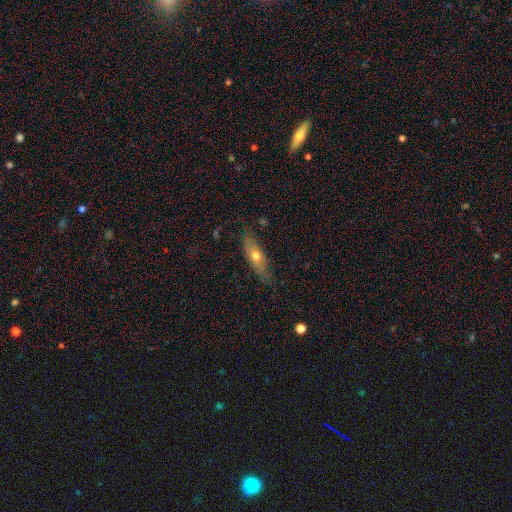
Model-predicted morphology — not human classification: Smooth or featured?
  - smooth: 49% *
  - featured or disk: 44%
  - star or artifact: 7%
Merging?
  - none: 79% *
  - minor disturbance: 17%
  - major disturbance: 3%
  - merger: 1%